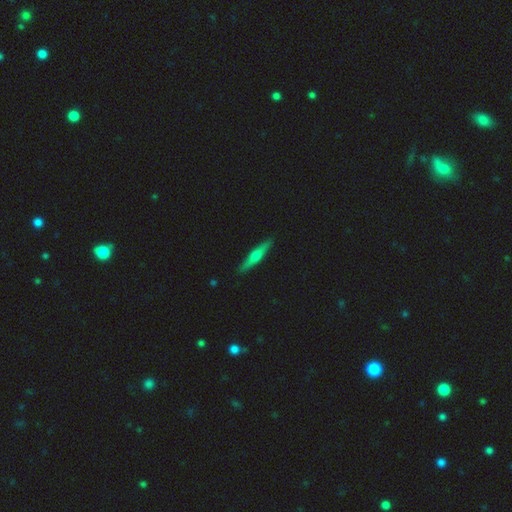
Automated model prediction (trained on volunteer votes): smooth-or-featured: featured or disk: 54% | smooth: 39% | star or artifact: 6%
  disk-edge-on: yes: 95% | no: 5%
    edge-on-bulge: rounded: 88% | none: 6% | boxy: 5%
  merging: none: 90% | minor disturbance: 7% | major disturbance: 1% | merger: 1%